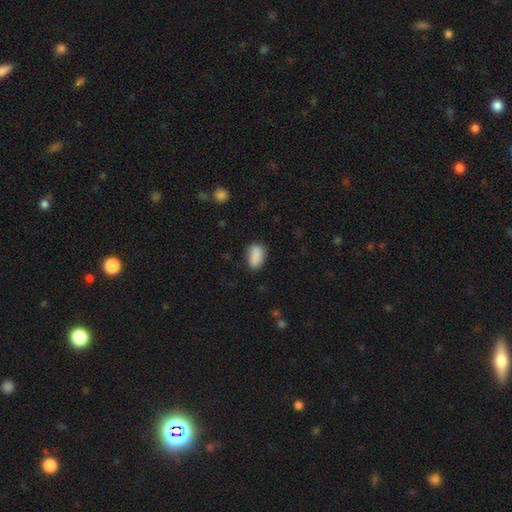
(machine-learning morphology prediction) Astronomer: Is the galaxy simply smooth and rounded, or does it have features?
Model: smooth — 88%.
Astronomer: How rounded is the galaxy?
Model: in between — 89%.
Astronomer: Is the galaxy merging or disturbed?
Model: none — 80%.